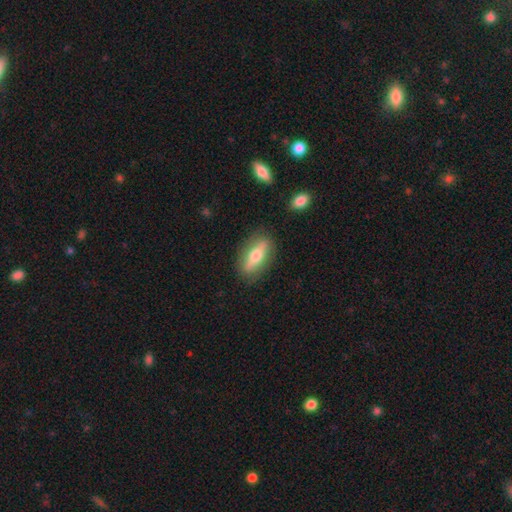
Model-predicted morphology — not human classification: smooth-or-featured: smooth: 54% | featured or disk: 40% | star or artifact: 7%
  how-rounded: in between: 62% | cigar-shaped: 34% | round: 4%
  merging: none: 84% | minor disturbance: 11% | major disturbance: 3% | merger: 2%